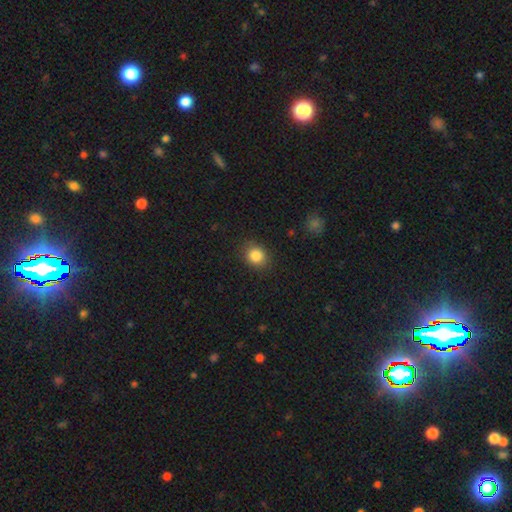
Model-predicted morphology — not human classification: Smooth or featured?
  - smooth: 85% *
  - star or artifact: 10%
  - featured or disk: 5%
How rounded?
  - round: 70% *
  - in between: 29%
  - cigar-shaped: 1%
Merging?
  - none: 86% *
  - minor disturbance: 10%
  - major disturbance: 3%
  - merger: 1%